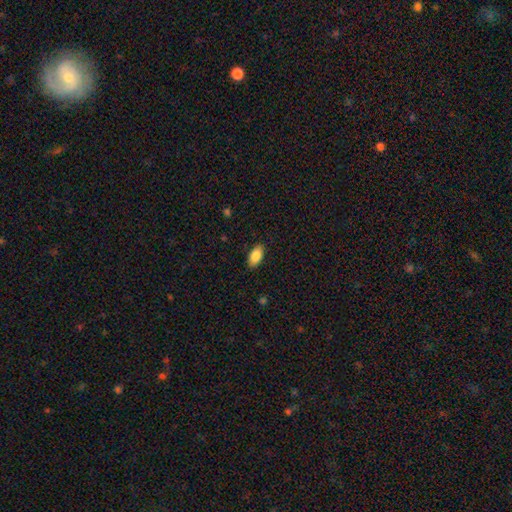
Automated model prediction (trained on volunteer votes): smooth-or-featured: smooth: 86% | star or artifact: 7% | featured or disk: 7%
  how-rounded: in between: 92% | cigar-shaped: 5% | round: 3%
  merging: none: 87% | minor disturbance: 10% | major disturbance: 2% | merger: 1%